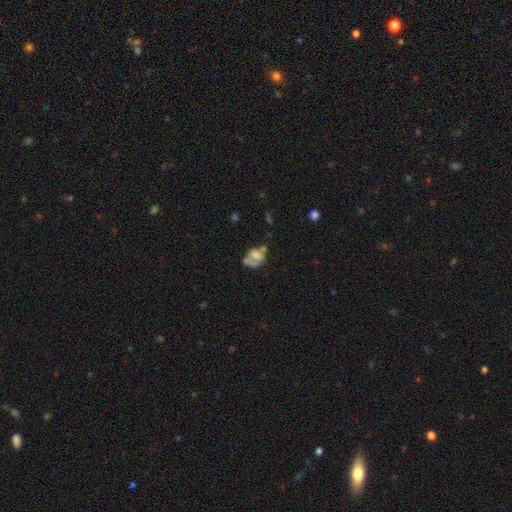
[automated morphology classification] smooth 50%, featured or disk 39%, star or artifact 11%. Down the decision tree: merging — none (27%).